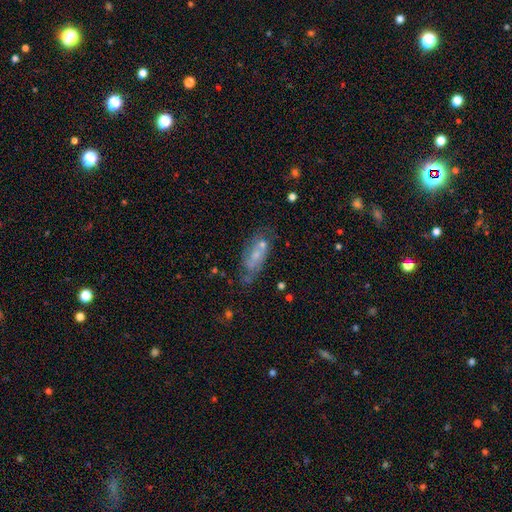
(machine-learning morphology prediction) Smooth or featured? Predicted: featured or disk (p=0.48). Merging? Predicted: none (p=0.49).